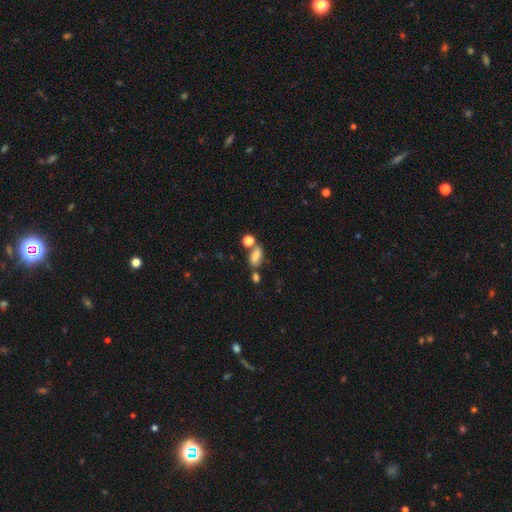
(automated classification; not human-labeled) smooth_or_featured: smooth (p=0.73) [alt: featured or disk p=0.15]
how_rounded: in between (p=0.80) [alt: round p=0.11]
merging: none (p=0.50) [alt: merger p=0.25]